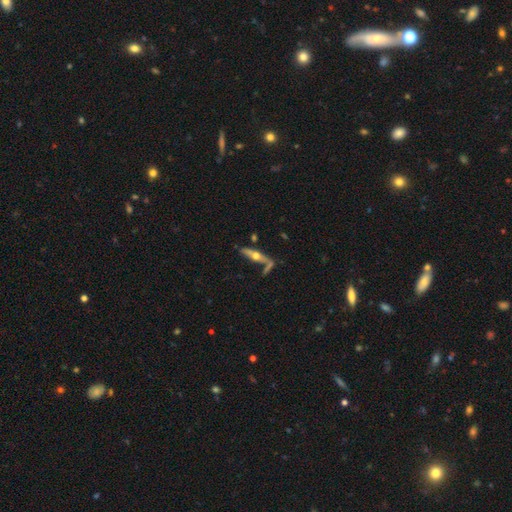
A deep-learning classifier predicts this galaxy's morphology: Smooth or featured? Predicted: featured or disk (p=0.64). Edge-on disk? Predicted: yes (p=0.87). Edge-on bulge? Predicted: rounded (p=0.94). Merging? Predicted: none (p=0.57).